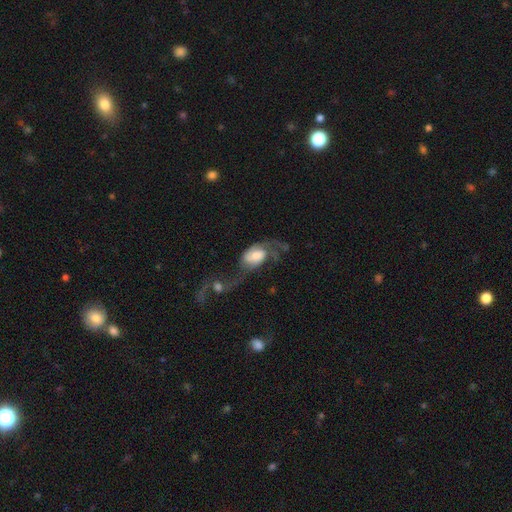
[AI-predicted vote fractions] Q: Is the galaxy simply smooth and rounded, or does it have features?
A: featured or disk — 59%.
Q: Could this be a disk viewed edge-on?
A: no — 96%.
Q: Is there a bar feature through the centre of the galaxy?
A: no — 60%.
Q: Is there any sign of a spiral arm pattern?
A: yes — 83%.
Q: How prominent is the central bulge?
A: large — 41%.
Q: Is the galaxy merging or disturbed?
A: major disturbance — 37%.